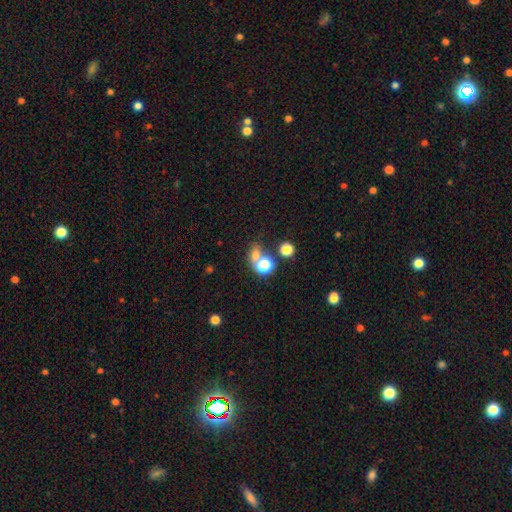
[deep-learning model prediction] The model was most divided on "merging": none: 43%, merger: 42%, minor disturbance: 9%, major disturbance: 7%. More confident: smooth or featured — smooth (66%); how rounded — round (65%).